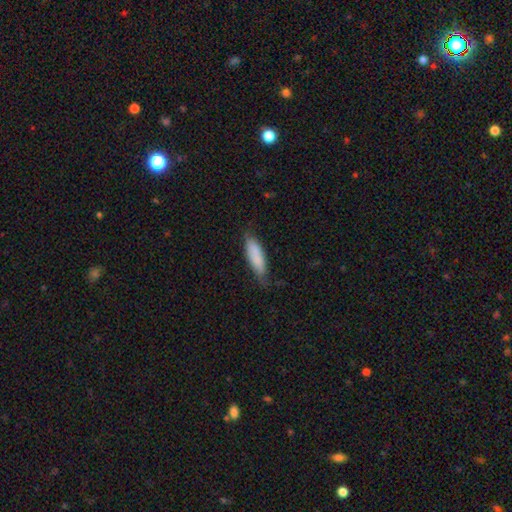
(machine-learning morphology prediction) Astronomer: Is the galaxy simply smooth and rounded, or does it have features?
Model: smooth — 83%.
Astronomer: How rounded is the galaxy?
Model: in between — 51% (runner-up: cigar-shaped, 48%).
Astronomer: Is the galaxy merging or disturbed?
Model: none — 66%.